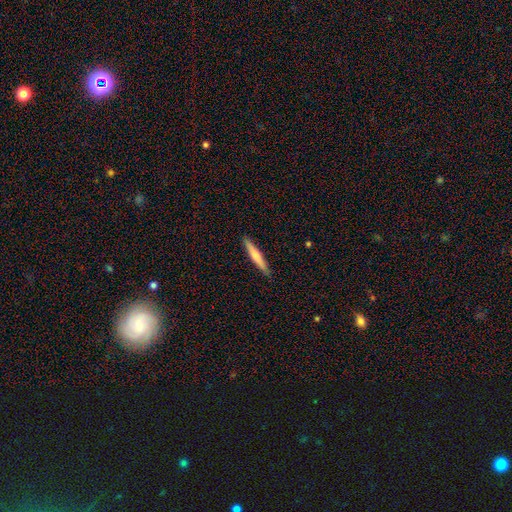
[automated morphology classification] smooth-or-featured: smooth: 68% | featured or disk: 26% | star or artifact: 5%
  how-rounded: cigar-shaped: 94% | in between: 5% | round: 1%
  merging: none: 90% | minor disturbance: 8% | major disturbance: 1% | merger: 1%